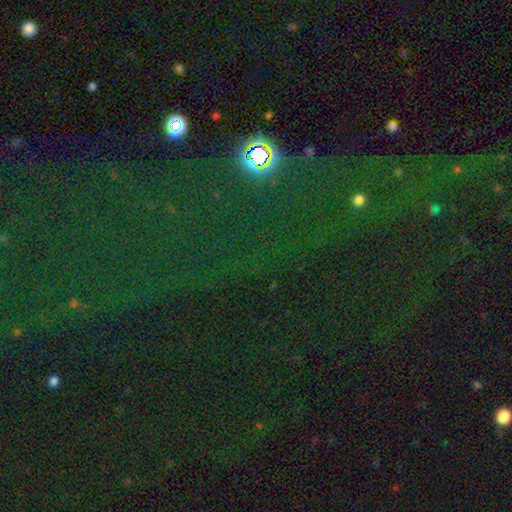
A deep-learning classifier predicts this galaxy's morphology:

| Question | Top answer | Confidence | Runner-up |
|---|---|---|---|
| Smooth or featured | star or artifact | 79% | smooth (12%) |